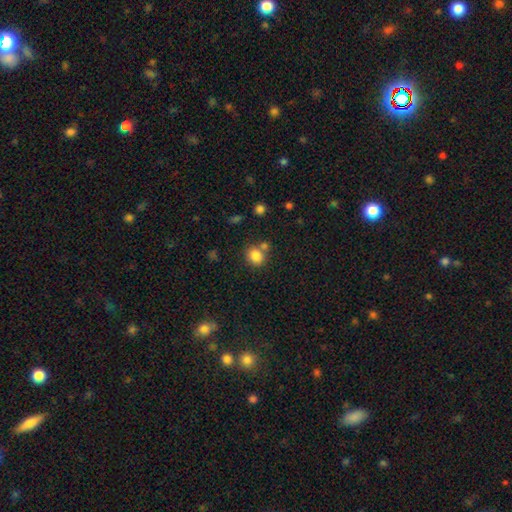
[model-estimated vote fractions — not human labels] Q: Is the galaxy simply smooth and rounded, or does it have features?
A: smooth — 83%.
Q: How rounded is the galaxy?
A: round — 69%.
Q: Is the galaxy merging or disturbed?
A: none — 64%.